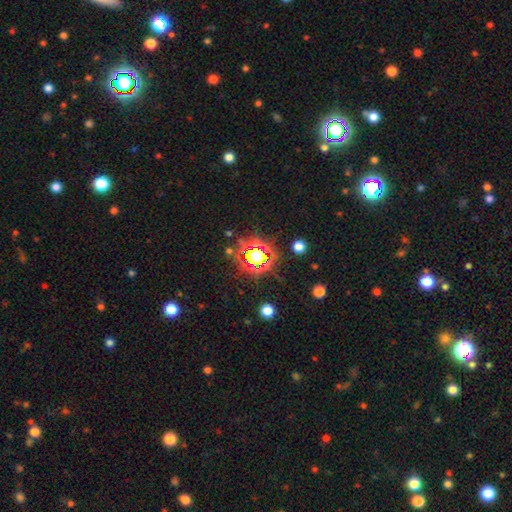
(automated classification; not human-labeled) Overall: star or artifact (63%; smooth 25%).